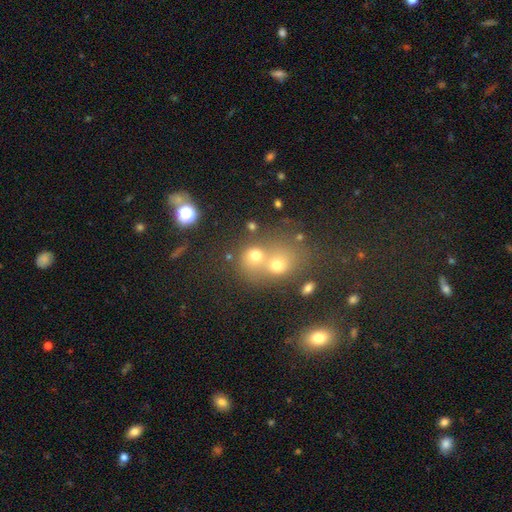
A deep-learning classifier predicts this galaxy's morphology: smooth-or-featured: smooth: 67% | star or artifact: 18% | featured or disk: 15%
  how-rounded: round: 72% | in between: 26% | cigar-shaped: 1%
  merging: merger: 56% | none: 32% | minor disturbance: 7% | major disturbance: 5%